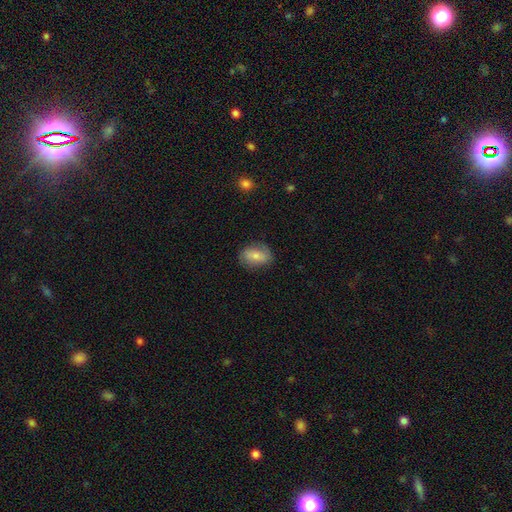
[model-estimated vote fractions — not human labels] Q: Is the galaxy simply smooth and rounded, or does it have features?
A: smooth — 69%.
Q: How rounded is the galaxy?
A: in between — 83%.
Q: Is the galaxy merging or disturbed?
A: none — 77%.